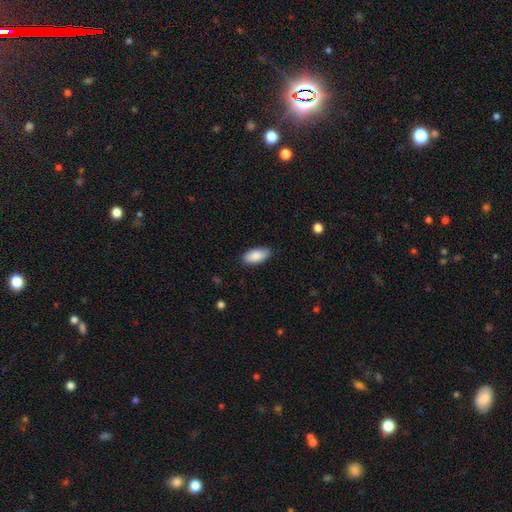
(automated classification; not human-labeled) This appears to be a smooth galaxy with no disk features (89%) that is in between round and cigar-shaped (93%). Merging: none (85%).